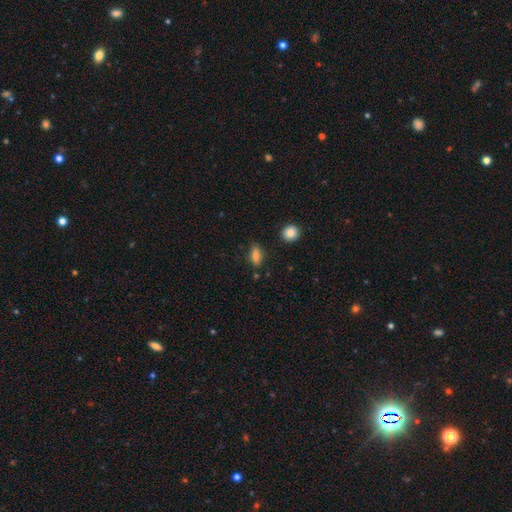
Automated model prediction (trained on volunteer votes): Morphology: type=smooth (80%); roundness=in between (74%); merging=none (77%).